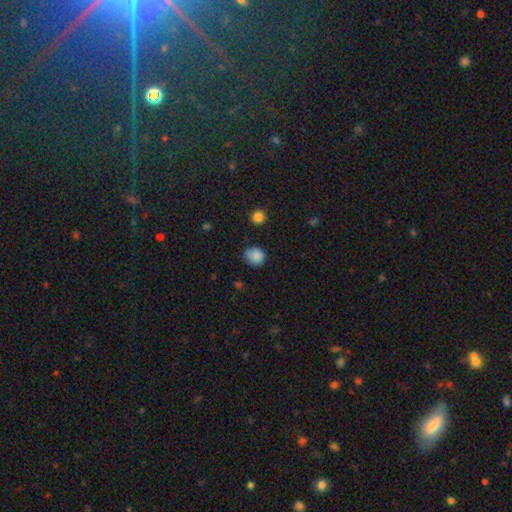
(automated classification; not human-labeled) The model was most divided on "merging": none: 63%, minor disturbance: 28%, major disturbance: 6%, merger: 3%. More confident: smooth or featured — smooth (84%); how rounded — round (79%).